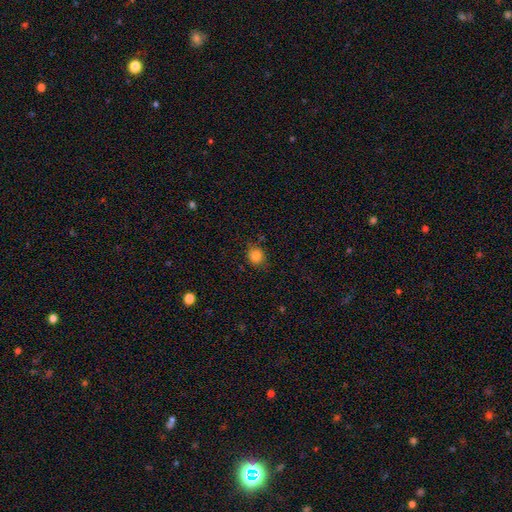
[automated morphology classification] Smooth or featured? Predicted: smooth (p=0.84). How rounded? Predicted: round (p=0.80). Merging? Predicted: none (p=0.82).